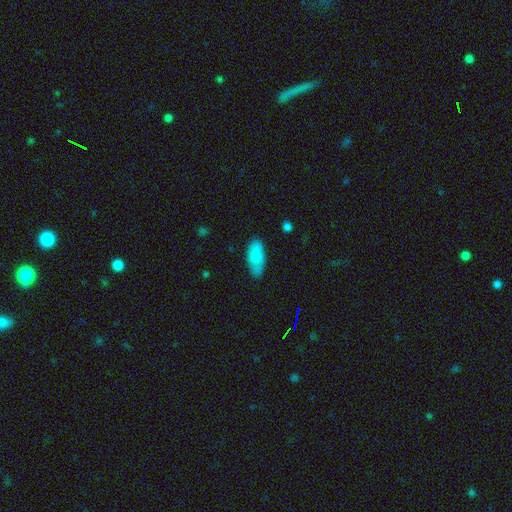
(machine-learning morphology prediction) smooth 84%, featured or disk 10%, star or artifact 7%. Down the decision tree: how rounded — in between (86%); merging — none (72%).